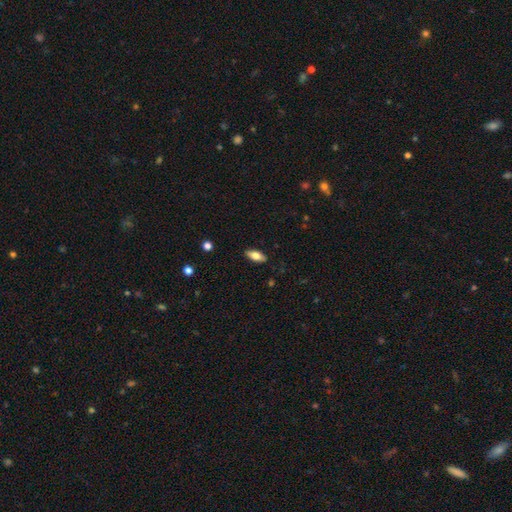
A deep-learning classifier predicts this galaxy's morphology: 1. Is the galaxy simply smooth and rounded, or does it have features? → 71% smooth, 23% featured or disk, 7% star or artifact.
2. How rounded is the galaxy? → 83% in between, 15% cigar-shaped, 3% round.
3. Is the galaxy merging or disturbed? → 88% none, 9% minor disturbance, 2% major disturbance, 1% merger.